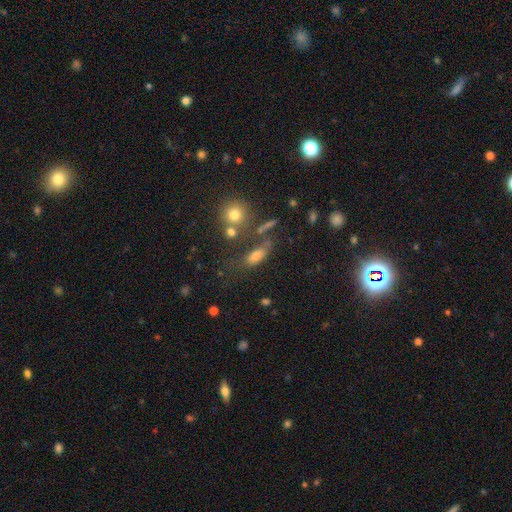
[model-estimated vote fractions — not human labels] Smooth or featured: smooth — 62% (star or artifact — 21%)
How rounded: in between — 66% (cigar-shaped — 22%)
Merging: none — 55% (minor disturbance — 18%)